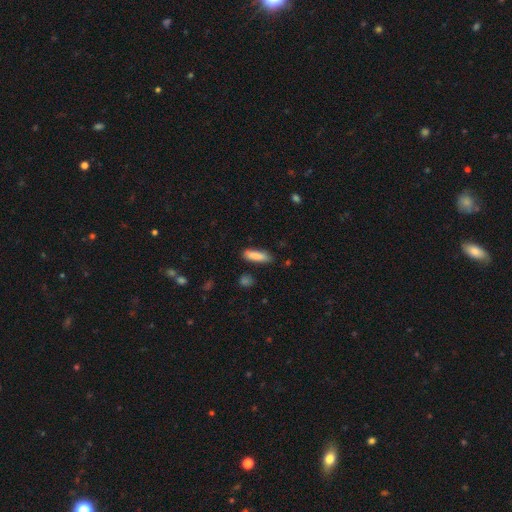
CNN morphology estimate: type=smooth (87%); roundness=cigar-shaped (60%); merging=none (82%).